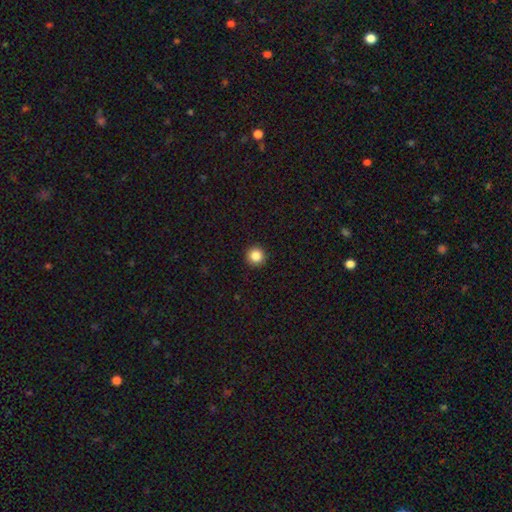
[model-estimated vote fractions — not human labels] Smooth or featured?
  - smooth: 86% *
  - star or artifact: 10%
  - featured or disk: 4%
How rounded?
  - round: 96% *
  - in between: 3%
  - cigar-shaped: 1%
Merging?
  - none: 94% *
  - minor disturbance: 4%
  - major disturbance: 1%
  - merger: 1%